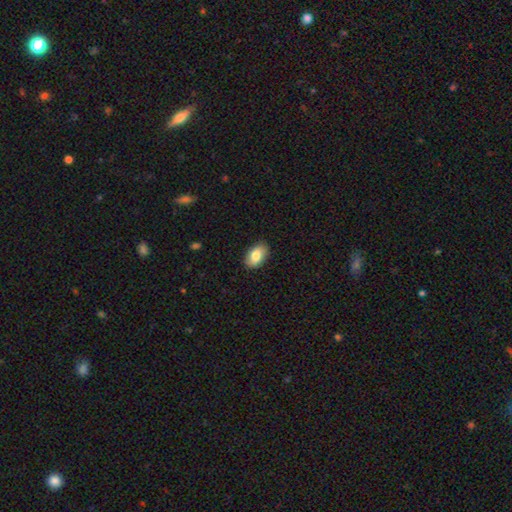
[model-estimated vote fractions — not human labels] A smooth galaxy with no disk features (77%) that is in between round and cigar-shaped (91%). Merging: none (86%).